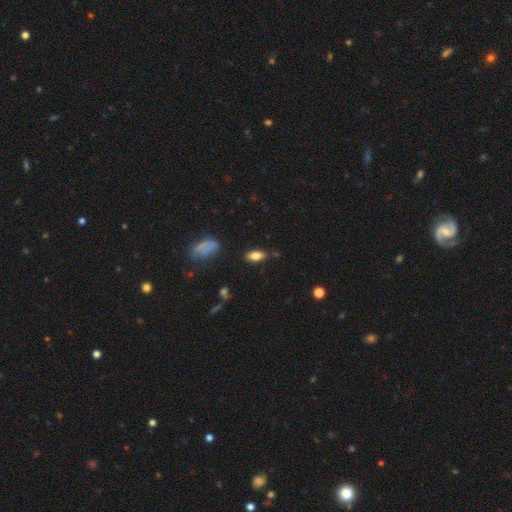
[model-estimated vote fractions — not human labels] A smooth galaxy with no disk features (78%) that is in between round and cigar-shaped (86%). Merging: none (81%).